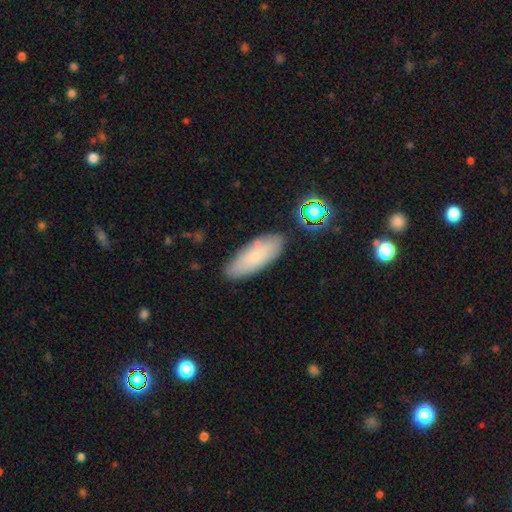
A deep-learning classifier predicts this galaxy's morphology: The model was most divided on "smooth or featured": smooth: 69%, featured or disk: 22%, star or artifact: 9%. More confident: merging — none (80%); how rounded — in between (76%).